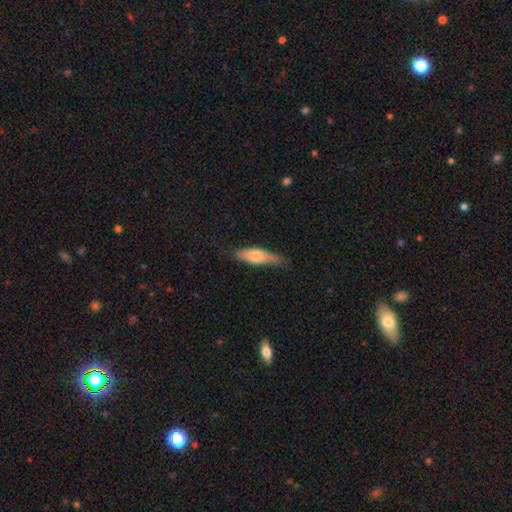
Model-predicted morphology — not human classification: This appears to be a smooth galaxy with no disk features (69%) that is in between round and cigar-shaped (51%). Merging: none (64%).